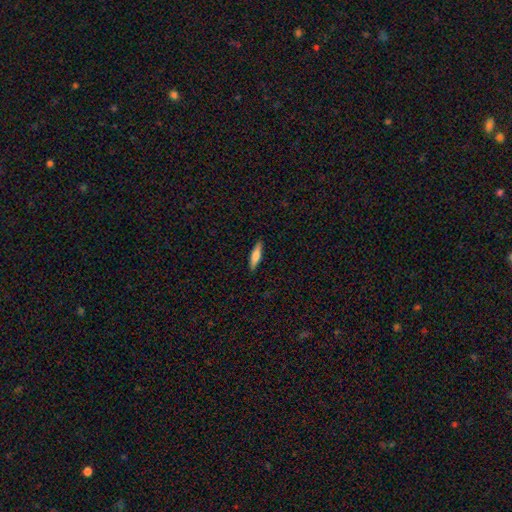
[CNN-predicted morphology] Overall: smooth (68%). How rounded: cigar-shaped (74%). Merging: none (90%).